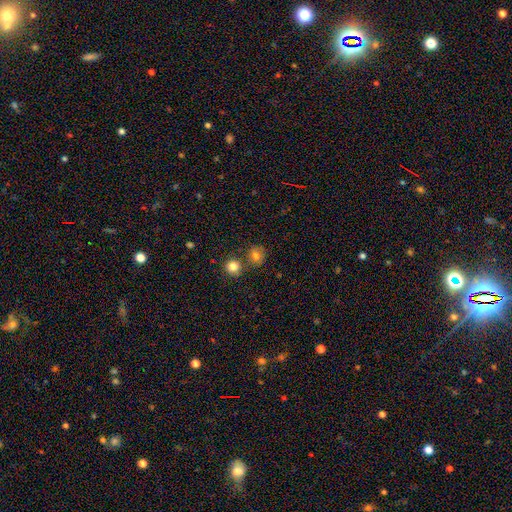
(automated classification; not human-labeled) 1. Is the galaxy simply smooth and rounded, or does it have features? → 78% smooth, 13% star or artifact, 9% featured or disk.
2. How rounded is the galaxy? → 86% round, 13% in between, 1% cigar-shaped.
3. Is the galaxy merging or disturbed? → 68% none, 18% merger, 10% minor disturbance, 3% major disturbance.